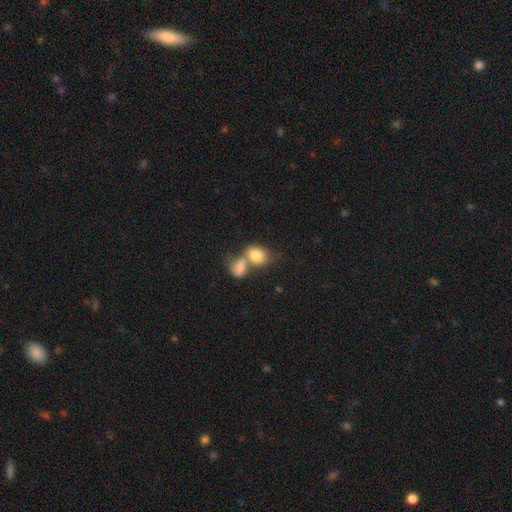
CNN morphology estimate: The model was most divided on "how rounded": in between: 69%, round: 30%, cigar-shaped: 2%. More confident: smooth or featured — smooth (82%); merging — merger (66%).